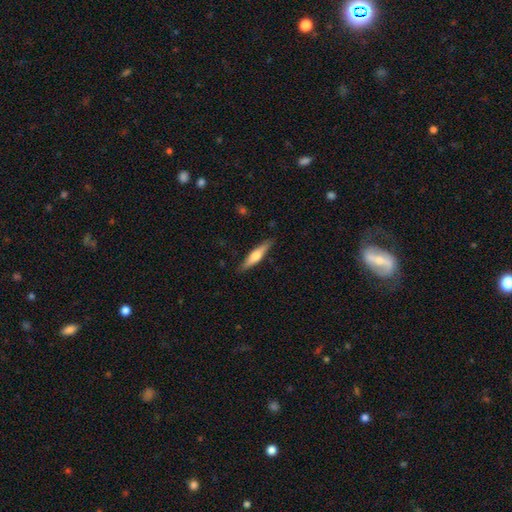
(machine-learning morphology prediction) Smooth or featured?
  - smooth: 49% *
  - featured or disk: 46%
  - star or artifact: 5%
Merging?
  - none: 86% *
  - minor disturbance: 11%
  - major disturbance: 2%
  - merger: 1%